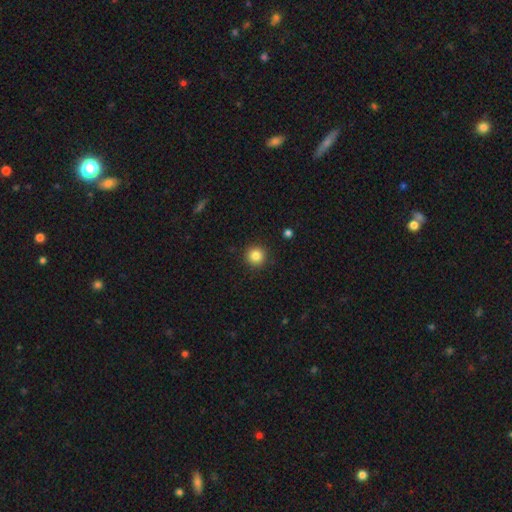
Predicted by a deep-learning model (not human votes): Smooth or featured? smooth (85%)
How rounded? round (95%)
Merging? none (91%)